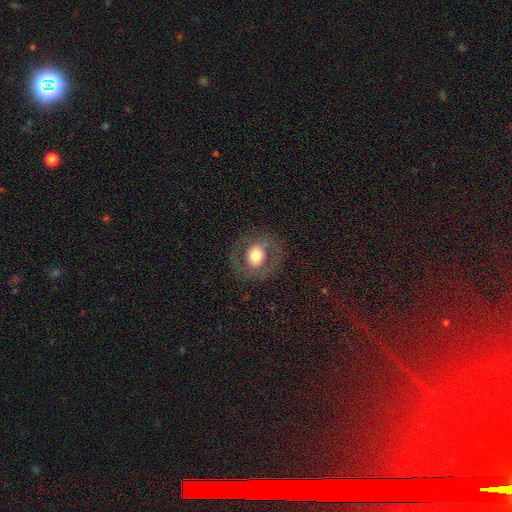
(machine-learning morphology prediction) Smooth or featured?
  - smooth: 55% *
  - featured or disk: 37%
  - star or artifact: 9%
How rounded?
  - round: 76% *
  - in between: 23%
  - cigar-shaped: 1%
Merging?
  - none: 80% *
  - minor disturbance: 11%
  - major disturbance: 8%
  - merger: 1%